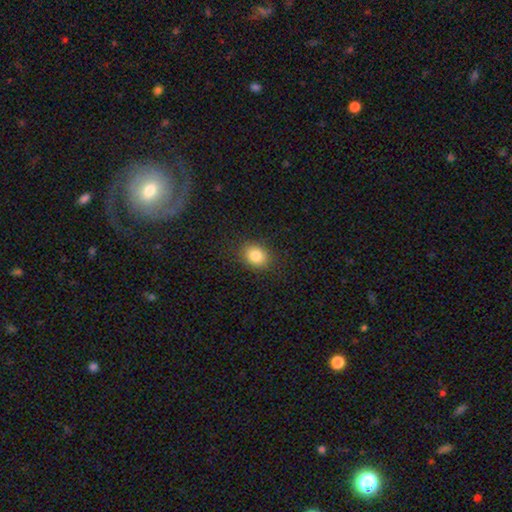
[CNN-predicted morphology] Smooth or featured? Predicted: smooth (p=0.84). How rounded? Predicted: in between (p=0.51). Merging? Predicted: none (p=0.87).